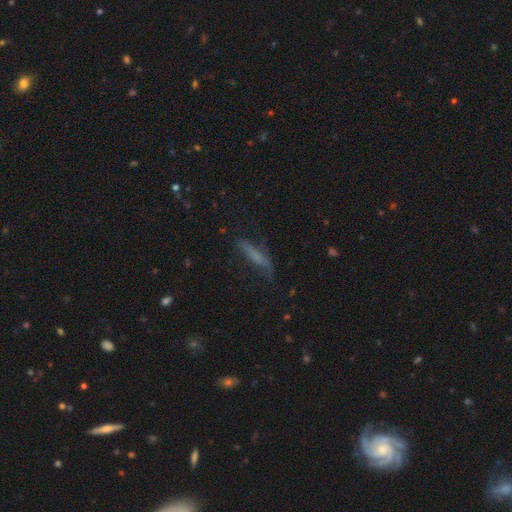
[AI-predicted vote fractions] The model was most divided on "smooth or featured": smooth: 53%, featured or disk: 35%, star or artifact: 11%. More confident: how rounded — cigar-shaped (85%); merging — none (60%).